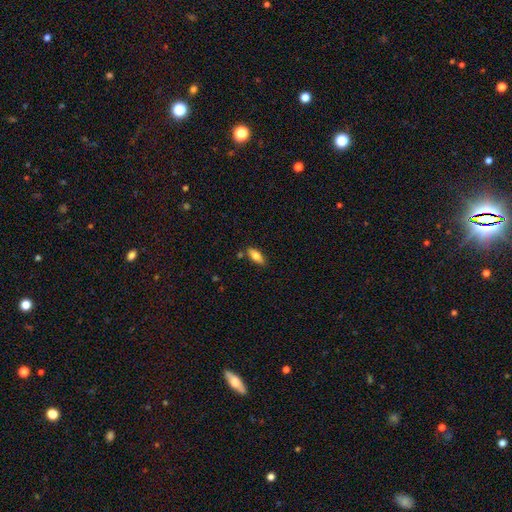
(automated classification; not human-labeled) Overall: smooth (76%). How rounded: in between (79%). Merging: none (79%).